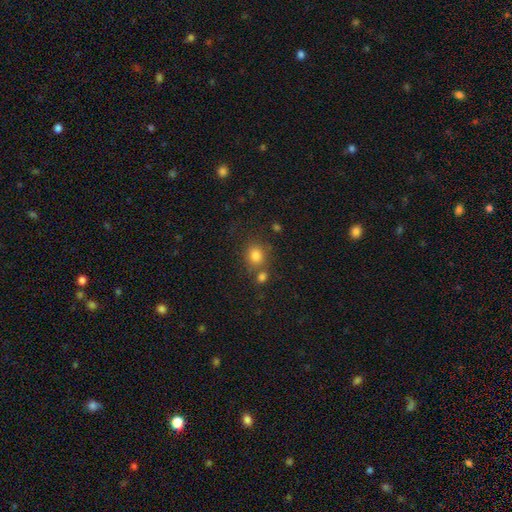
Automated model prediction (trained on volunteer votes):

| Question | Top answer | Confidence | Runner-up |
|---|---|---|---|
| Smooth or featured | smooth | 81% | star or artifact (12%) |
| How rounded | round | 72% | in between (27%) |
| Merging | none | 61% | merger (23%) |